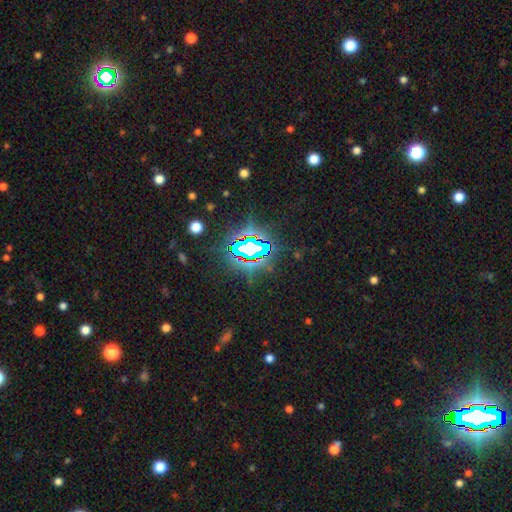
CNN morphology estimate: A star or artifact, not a galaxy (75%).

Vote fractions:
- Smooth or featured? star or artifact: 75% / smooth: 14% / featured or disk: 12%